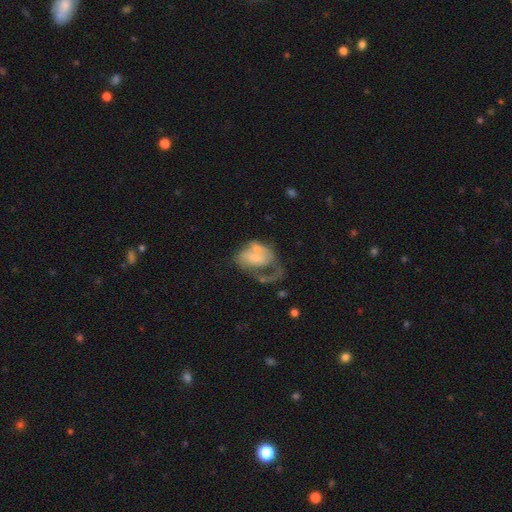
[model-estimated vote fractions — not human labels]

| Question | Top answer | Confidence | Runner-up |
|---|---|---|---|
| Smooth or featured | featured or disk | 61% | smooth (32%) |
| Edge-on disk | no | 97% | yes (3%) |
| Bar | no | 66% | weak (28%) |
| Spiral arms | yes | 62% | no (38%) |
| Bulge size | small | 48% | moderate (29%) |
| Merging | major disturbance | 45% | merger (23%) |